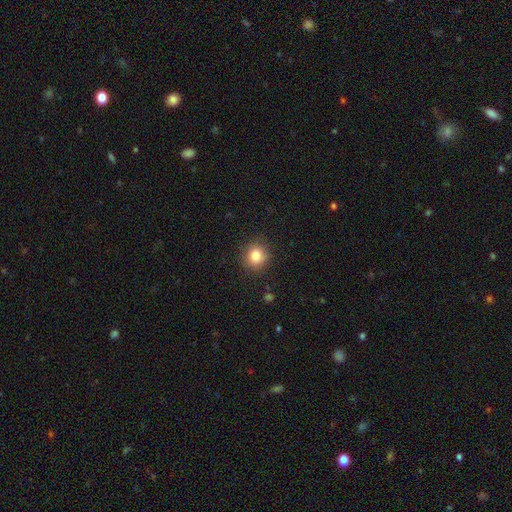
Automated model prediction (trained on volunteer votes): smooth_or_featured: smooth (p=0.82) [alt: star or artifact p=0.11]
how_rounded: round (p=0.87) [alt: in between p=0.12]
merging: none (p=0.88) [alt: minor disturbance p=0.09]